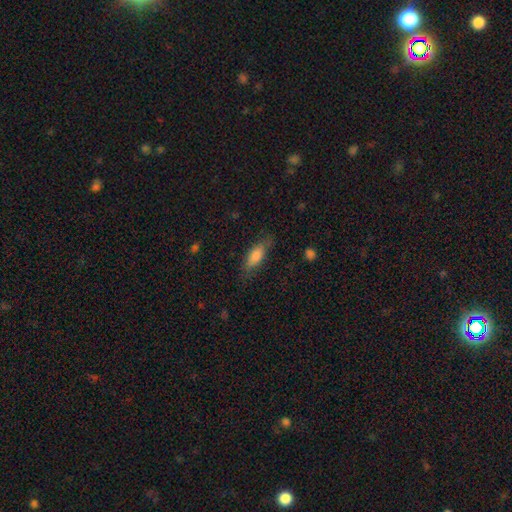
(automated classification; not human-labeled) Smooth or featured? smooth (75%)
How rounded? in between (62%)
Merging? none (75%)